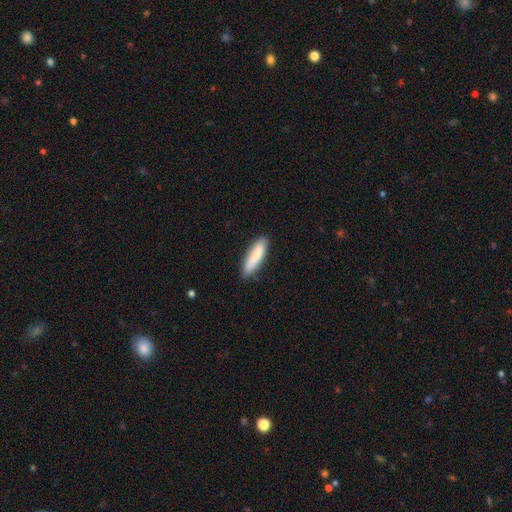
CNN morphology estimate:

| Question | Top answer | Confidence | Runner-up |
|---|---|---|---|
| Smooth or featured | smooth | 81% | featured or disk (14%) |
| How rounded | cigar-shaped | 63% | in between (35%) |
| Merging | none | 82% | minor disturbance (14%) |